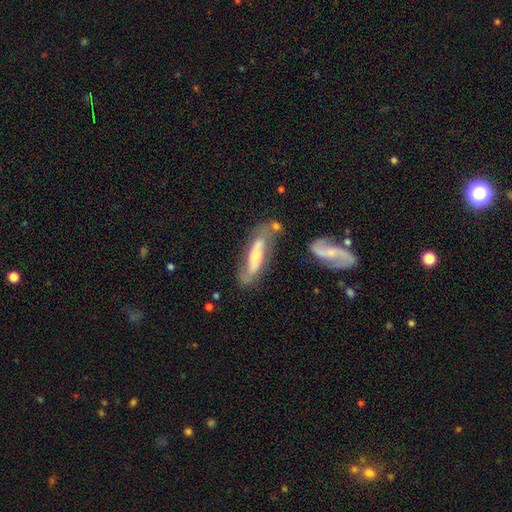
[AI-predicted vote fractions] Morphology: type=featured or disk (63%); edge-on=no (69%); merging=none (60%).